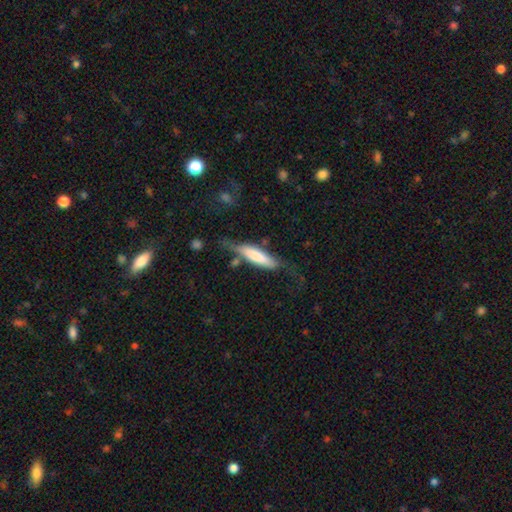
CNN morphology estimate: smooth 60%, featured or disk 34%, star or artifact 6%. Down the decision tree: how rounded — cigar-shaped (75%); merging — none (49%).